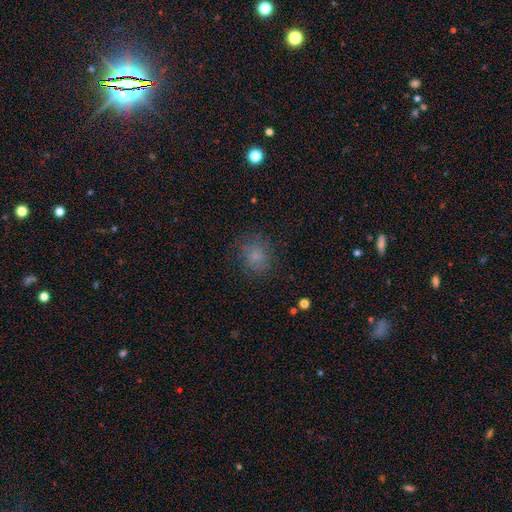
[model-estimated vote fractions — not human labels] The model was most divided on "how rounded": round: 72%, in between: 27%, cigar-shaped: 1%. More confident: merging — none (77%); smooth or featured — smooth (77%).